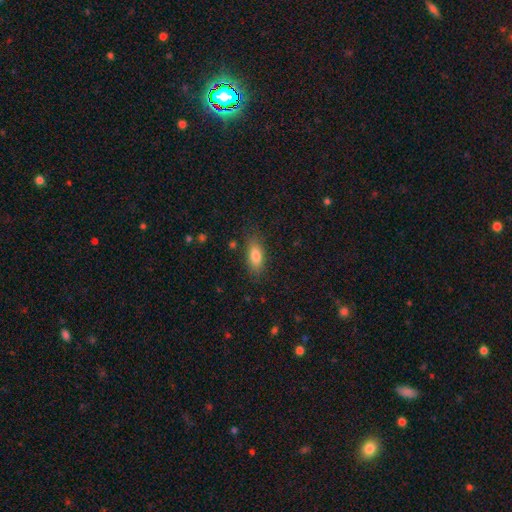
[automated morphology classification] type=smooth (81%); roundness=in between (80%); merging=none (79%).